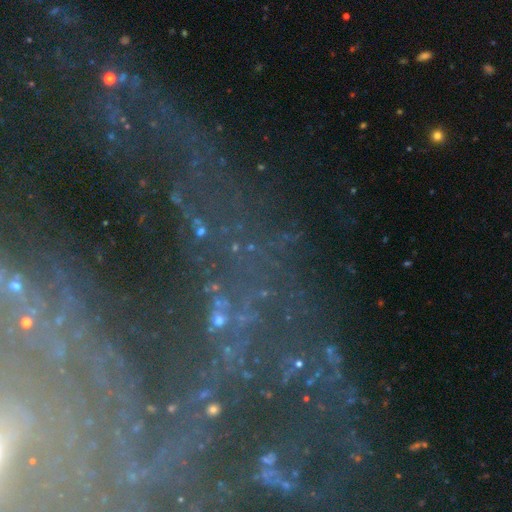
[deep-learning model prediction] featured or disk 53%, star or artifact 35%, smooth 13%. Down the decision tree: edge-on disk — no (85%); merging — none (66%).